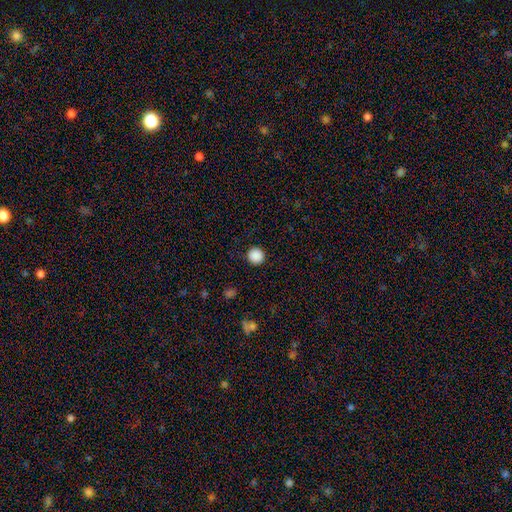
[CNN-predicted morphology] Q: Smooth or featured?
A: smooth (88%); runner-up: star or artifact (9%)
Q: How rounded?
A: round (95%); runner-up: in between (5%)
Q: Merging?
A: none (92%); runner-up: minor disturbance (5%)